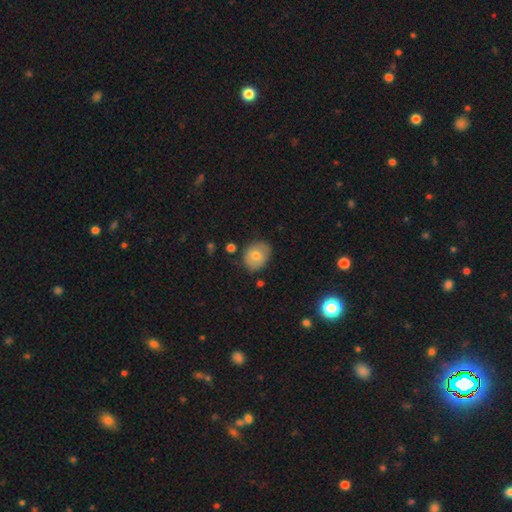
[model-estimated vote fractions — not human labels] This is likely a smooth galaxy (70%). How rounded: possibly in between (51%). Merging: likely none (74%).